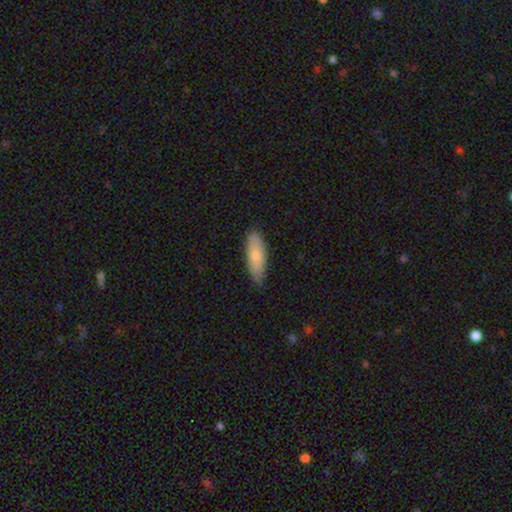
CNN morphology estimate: smooth-or-featured: smooth: 75% | featured or disk: 20% | star or artifact: 6%
  how-rounded: in between: 64% | cigar-shaped: 34% | round: 2%
  merging: none: 79% | minor disturbance: 18% | major disturbance: 2% | merger: 1%